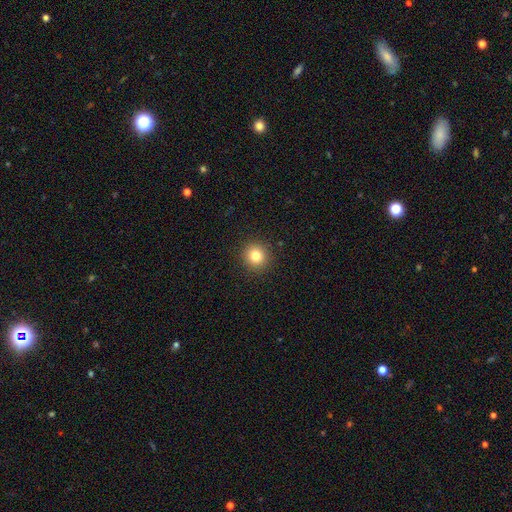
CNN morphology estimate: Smooth or featured? Predicted: smooth (p=0.81). How rounded? Predicted: round (p=0.93). Merging? Predicted: none (p=0.92).